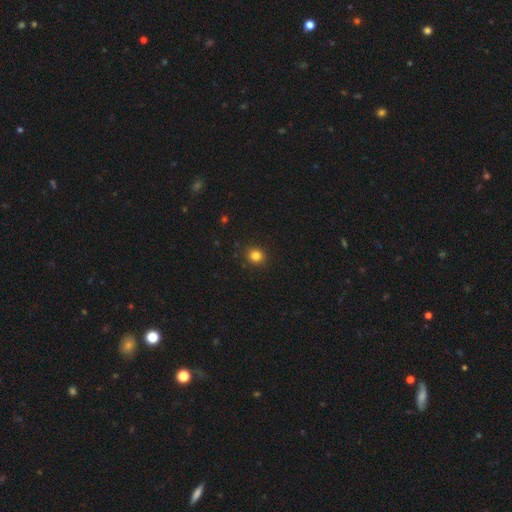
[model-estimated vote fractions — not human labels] A smooth galaxy with no disk features (83%) that is round (86%). Merging: none (91%).